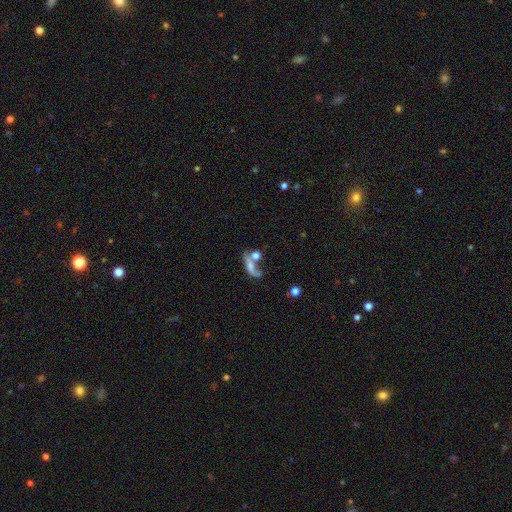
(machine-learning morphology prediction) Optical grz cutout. It shows a smooth galaxy with no disk features (54%) that is in between round and cigar-shaped (50%). Merging: merger (46%).